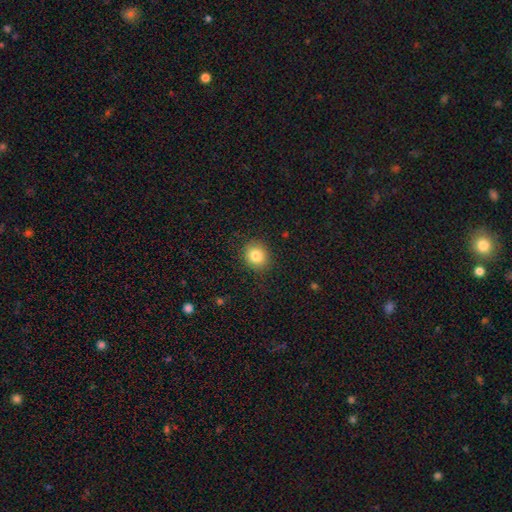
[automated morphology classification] Q: Smooth or featured?
A: smooth (83%); runner-up: star or artifact (10%)
Q: How rounded?
A: round (76%); runner-up: in between (23%)
Q: Merging?
A: none (88%); runner-up: minor disturbance (8%)